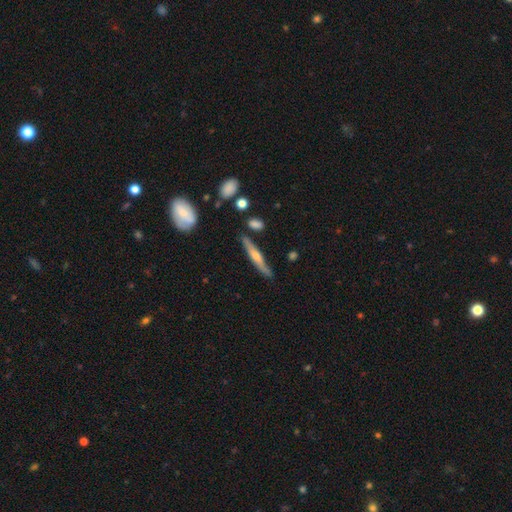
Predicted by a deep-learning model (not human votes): smooth-or-featured: featured or disk: 61% | smooth: 33% | star or artifact: 6%
  disk-edge-on: yes: 95% | no: 5%
    edge-on-bulge: rounded: 86% | none: 9% | boxy: 5%
  merging: none: 81% | minor disturbance: 14% | merger: 3% | major disturbance: 3%